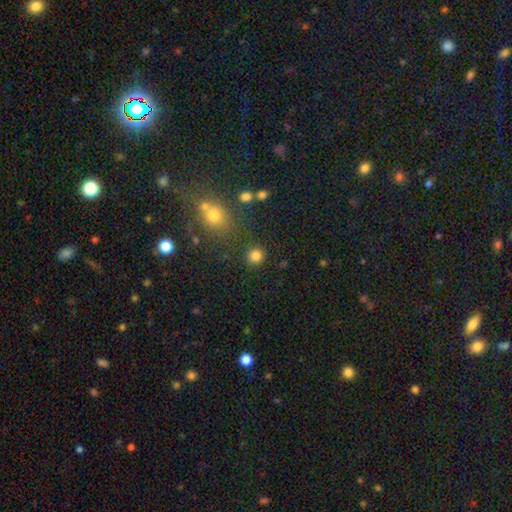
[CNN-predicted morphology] smooth_or_featured: smooth (p=0.82) [alt: star or artifact p=0.13]
how_rounded: round (p=0.92) [alt: in between p=0.07]
merging: none (p=0.86) [alt: minor disturbance p=0.07]